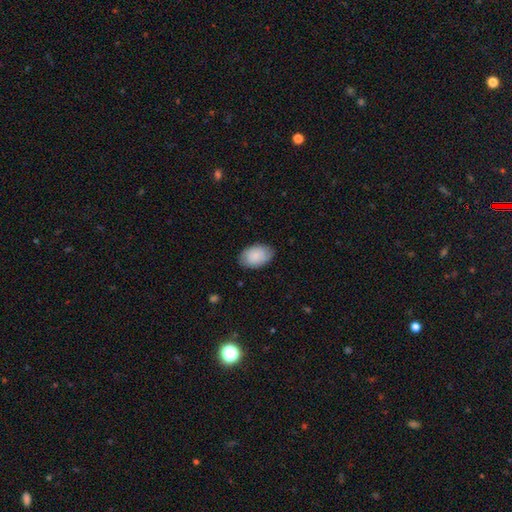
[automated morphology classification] Q: Smooth or featured?
A: smooth (83%); runner-up: featured or disk (11%)
Q: How rounded?
A: in between (90%); runner-up: round (9%)
Q: Merging?
A: none (82%); runner-up: minor disturbance (14%)